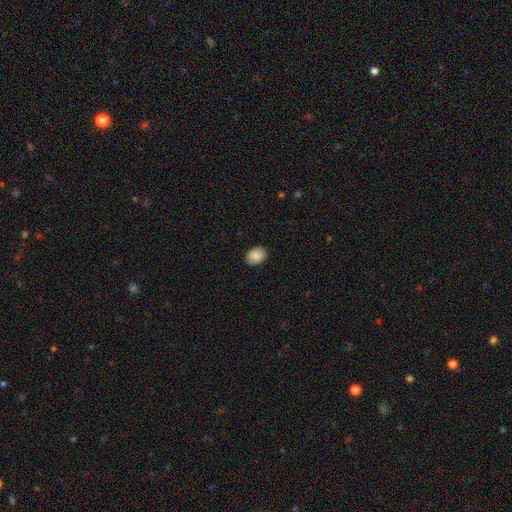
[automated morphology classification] smooth_or_featured: smooth (p=0.89) [alt: star or artifact p=0.07]
how_rounded: in between (p=0.69) [alt: round p=0.31]
merging: none (p=0.89) [alt: minor disturbance p=0.08]